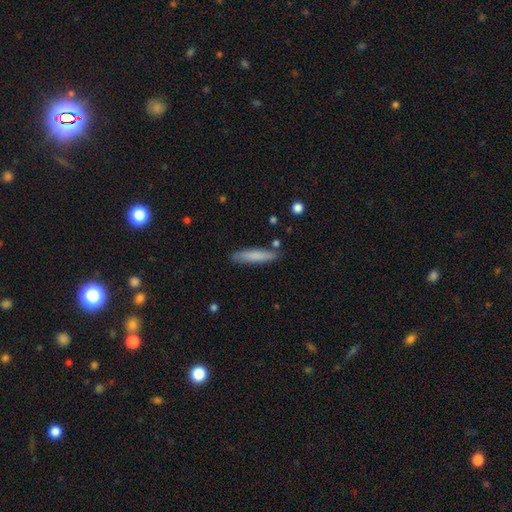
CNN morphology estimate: Smooth or featured? smooth (79%)
How rounded? cigar-shaped (85%)
Merging? none (84%)